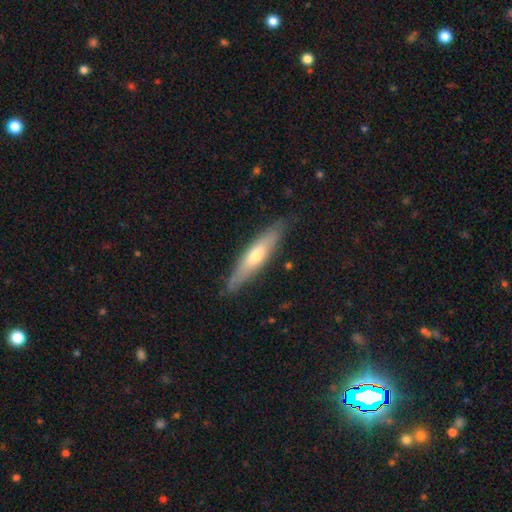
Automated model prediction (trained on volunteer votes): smooth-or-featured: smooth: 50% | featured or disk: 45% | star or artifact: 6%
  merging: none: 83% | minor disturbance: 13% | major disturbance: 2% | merger: 1%